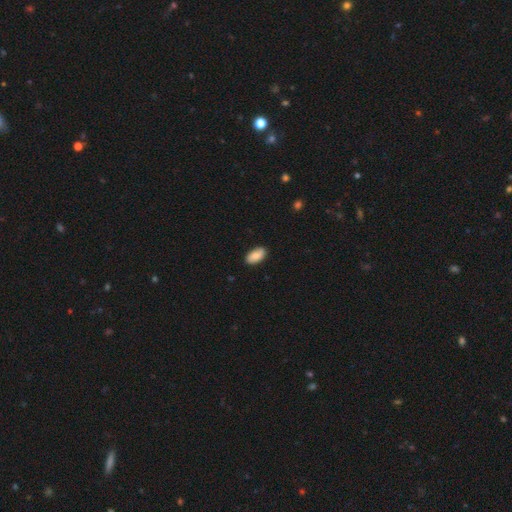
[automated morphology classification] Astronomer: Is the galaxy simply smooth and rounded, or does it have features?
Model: smooth — 86%.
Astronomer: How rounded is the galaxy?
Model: in between — 95%.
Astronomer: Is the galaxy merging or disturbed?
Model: none — 87%.